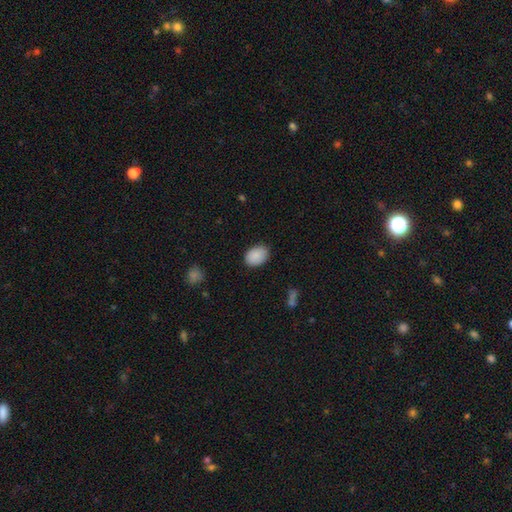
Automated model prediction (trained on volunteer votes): Q: Smooth or featured?
A: smooth (88%); runner-up: star or artifact (7%)
Q: How rounded?
A: in between (81%); runner-up: round (18%)
Q: Merging?
A: none (83%); runner-up: minor disturbance (14%)